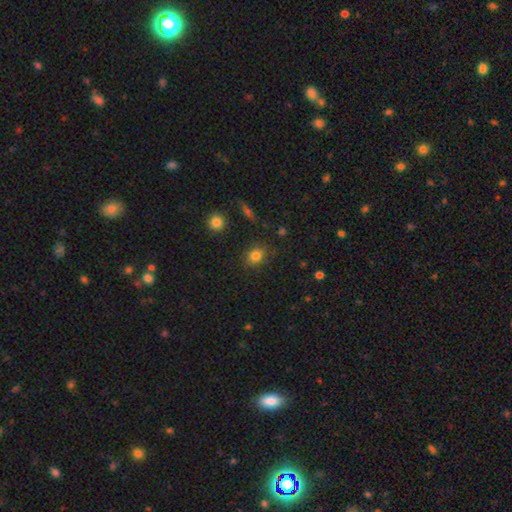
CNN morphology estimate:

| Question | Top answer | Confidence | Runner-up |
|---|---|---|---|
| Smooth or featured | smooth | 82% | star or artifact (12%) |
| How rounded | round | 61% | in between (38%) |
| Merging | none | 85% | minor disturbance (10%) |